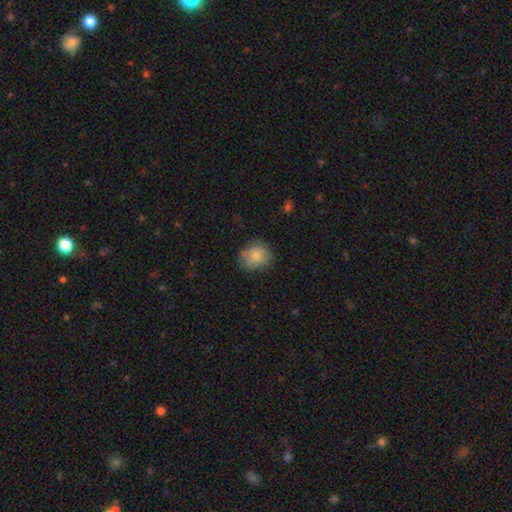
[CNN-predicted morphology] smooth-or-featured: smooth: 78% | featured or disk: 14% | star or artifact: 8%
  how-rounded: round: 73% | in between: 26% | cigar-shaped: 1%
  merging: none: 69% | minor disturbance: 22% | major disturbance: 6% | merger: 2%